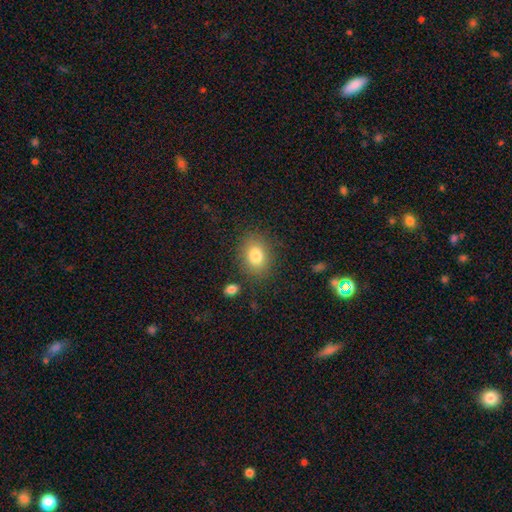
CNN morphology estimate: Smooth or featured? smooth (82%)
How rounded? in between (55%)
Merging? none (82%)